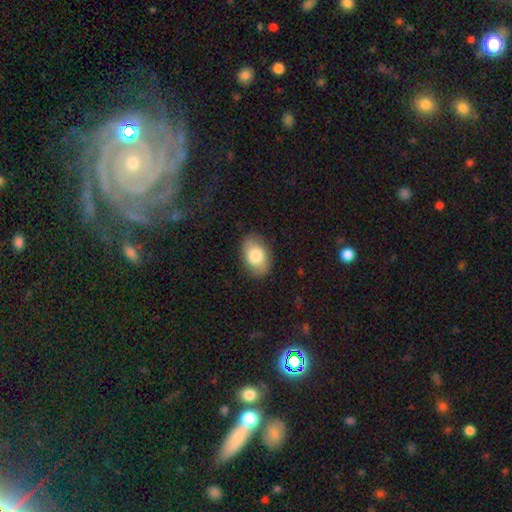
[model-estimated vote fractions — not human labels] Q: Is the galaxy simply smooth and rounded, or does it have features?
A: smooth — 78%.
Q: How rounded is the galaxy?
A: in between — 87%.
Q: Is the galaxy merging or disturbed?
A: none — 84%.